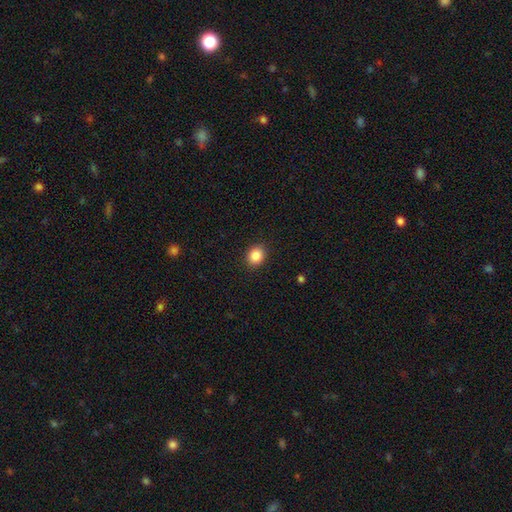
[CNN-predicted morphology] A smooth galaxy with no disk features (87%) that is round (64%). Merging: none (90%).